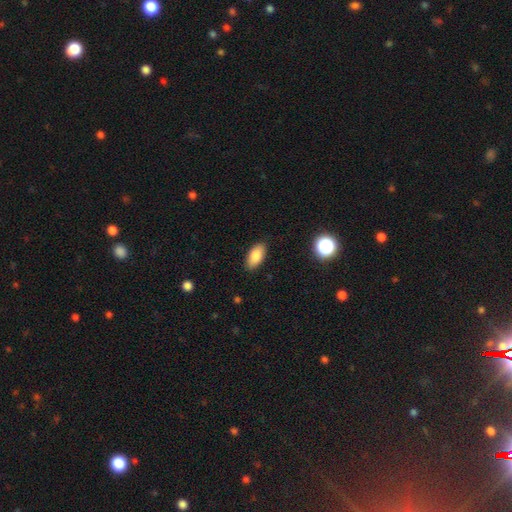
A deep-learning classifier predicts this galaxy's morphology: The model was most divided on "smooth or featured": smooth: 84%, star or artifact: 8%, featured or disk: 8%. More confident: how rounded — in between (90%); merging — none (87%).